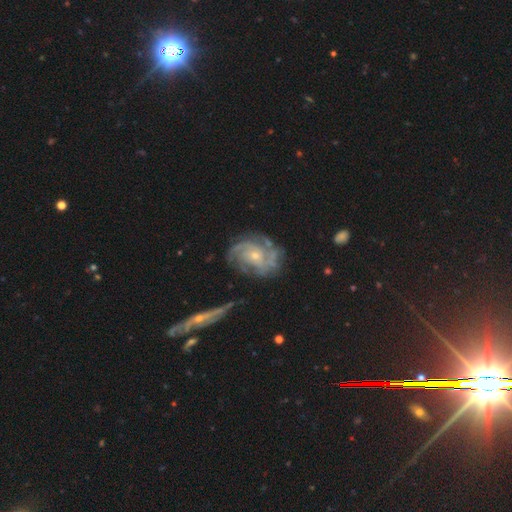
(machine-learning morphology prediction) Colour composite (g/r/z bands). It shows a featured or disk galaxy (86%) with no bar (74%), can't tell (26%, tied with 3) tight (57%) spiral arms (95%) and a small central bulge (70%). Merging: none (65%).